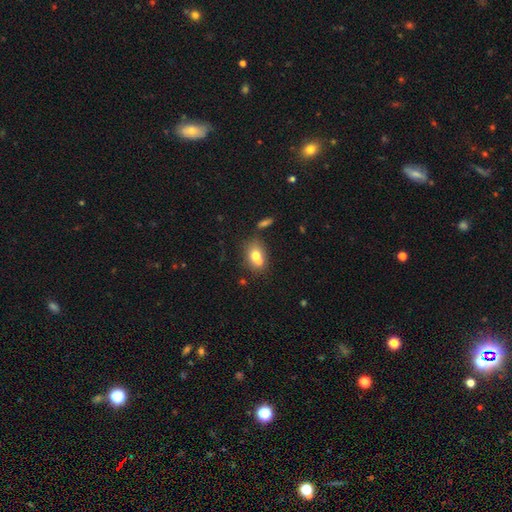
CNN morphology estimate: smooth_or_featured: smooth (p=0.68) [alt: featured or disk p=0.21]
how_rounded: in between (p=0.56) [alt: round p=0.42]
merging: merger (p=0.48) [alt: none p=0.38]